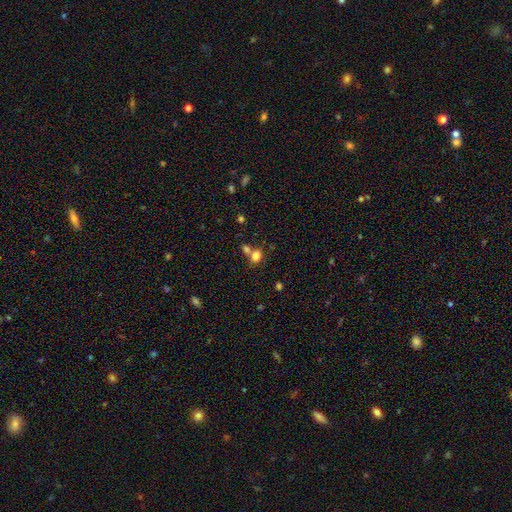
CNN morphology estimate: This is likely a smooth galaxy (80%). How rounded: likely in between (69%). Merging: possibly none (48%).